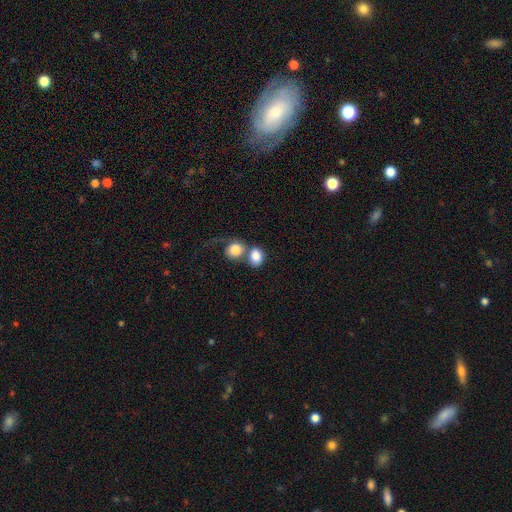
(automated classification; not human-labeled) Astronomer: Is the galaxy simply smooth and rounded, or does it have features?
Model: smooth — 82%.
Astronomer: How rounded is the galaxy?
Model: round — 53% (runner-up: in between, 46%).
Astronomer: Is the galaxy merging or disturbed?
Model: merger — 57%.